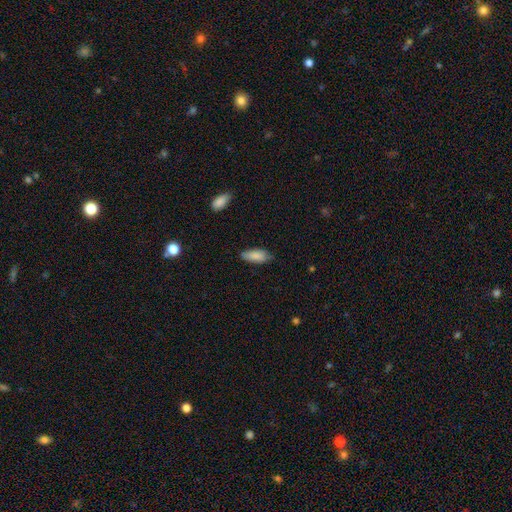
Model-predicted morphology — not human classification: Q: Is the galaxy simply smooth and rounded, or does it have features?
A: smooth — 86%.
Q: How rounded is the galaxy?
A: in between — 82%.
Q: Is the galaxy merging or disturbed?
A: none — 74%.